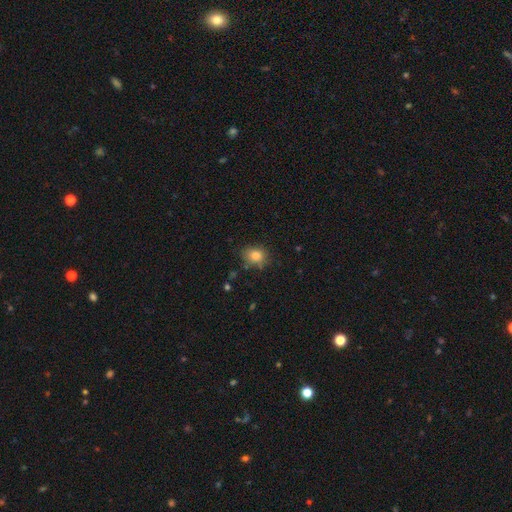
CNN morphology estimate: Q: Smooth or featured?
A: smooth (81%); runner-up: star or artifact (11%)
Q: How rounded?
A: round (52%); runner-up: in between (47%)
Q: Merging?
A: none (77%); runner-up: minor disturbance (16%)